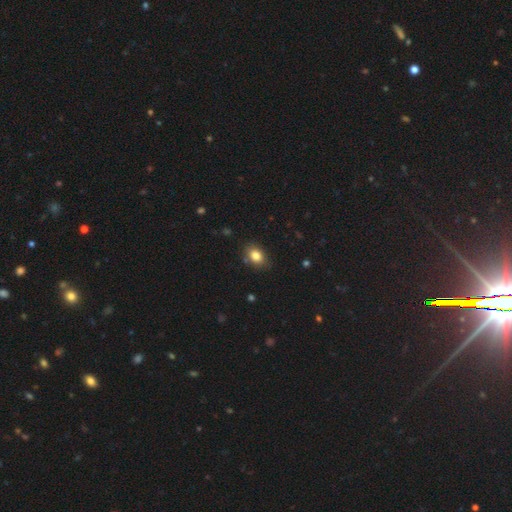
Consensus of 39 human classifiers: A smooth galaxy with no disk features (90%) that is in between round and cigar-shaped (80%).

Vote fractions:
- Smooth or featured? smooth: 90% / star or artifact: 8% / featured or disk: 3%
- How rounded? in between: 80% / round: 20% / cigar-shaped: 0%
- Merging? none: 83% / minor disturbance: 14% / major disturbance: 3% / merger: 0%